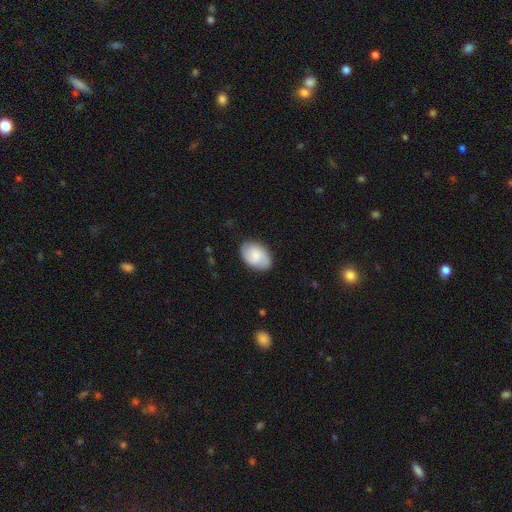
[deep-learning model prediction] A smooth galaxy with no disk features (68%) that is in between round and cigar-shaped (89%).

Vote fractions:
- Smooth or featured? smooth: 68% / featured or disk: 26% / star or artifact: 7%
- How rounded? in between: 89% / round: 10% / cigar-shaped: 1%
- Merging? none: 83% / minor disturbance: 13% / major disturbance: 3% / merger: 1%